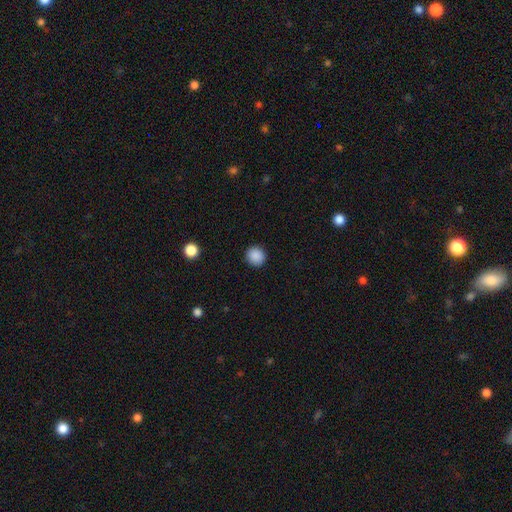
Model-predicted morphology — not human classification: smooth 88%, star or artifact 9%, featured or disk 2%. Down the decision tree: how rounded — round (92%); merging — none (92%).